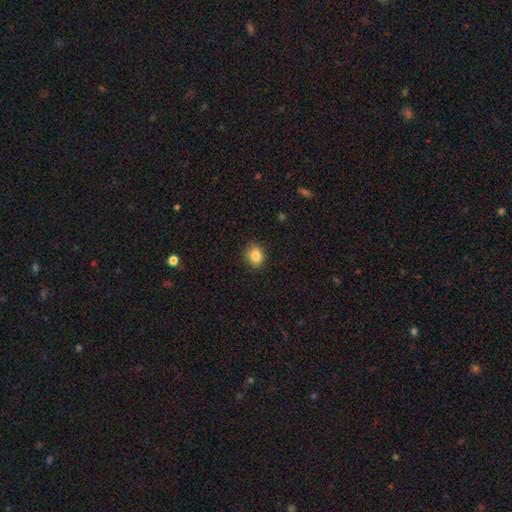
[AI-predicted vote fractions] smooth_or_featured: smooth (p=0.85) [alt: star or artifact p=0.10]
how_rounded: round (p=0.53) [alt: in between p=0.46]
merging: none (p=0.87) [alt: minor disturbance p=0.09]